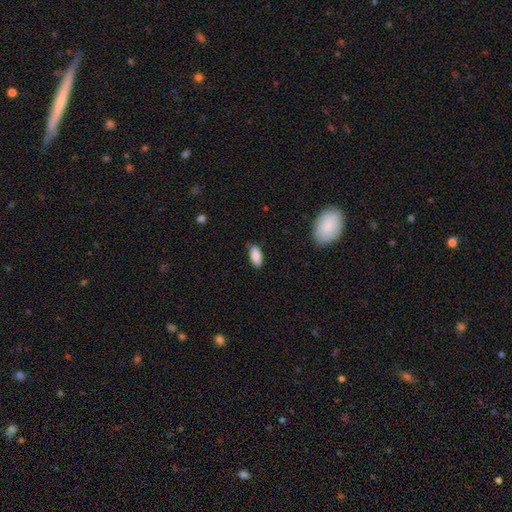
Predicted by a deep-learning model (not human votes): Morphology: type=smooth (89%); roundness=in between (88%); merging=none (83%).